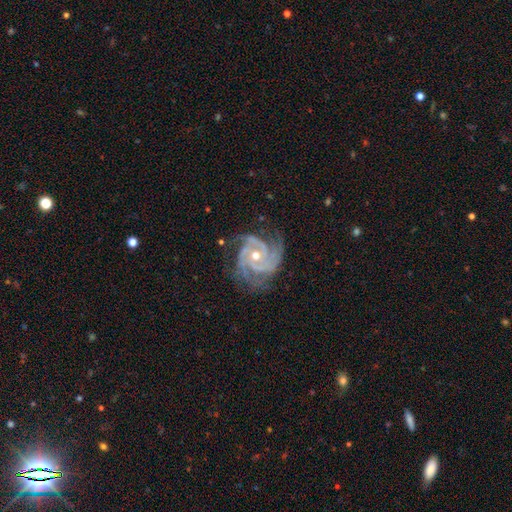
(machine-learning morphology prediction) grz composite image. It shows a featured or disk galaxy (92%) with no bar (70%), 3 (52%) tight (62%) spiral arms (99%) and a moderate central bulge (56%). Merging: none (71%).